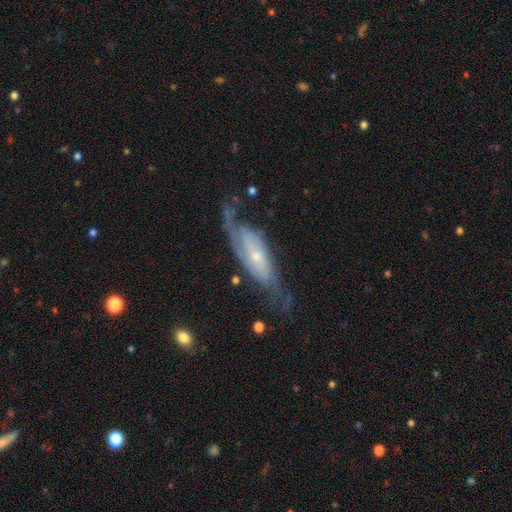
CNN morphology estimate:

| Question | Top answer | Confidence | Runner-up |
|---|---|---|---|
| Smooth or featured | featured or disk | 80% | smooth (14%) |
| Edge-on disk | no | 84% | yes (16%) |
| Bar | no | 60% | weak (29%) |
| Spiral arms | yes | 91% | no (9%) |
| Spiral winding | medium | 41% | tight (33%) |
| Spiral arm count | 2 | 61% | can't tell (20%) |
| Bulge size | small | 73% | moderate (20%) |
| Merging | none | 52% | minor disturbance (23%) |